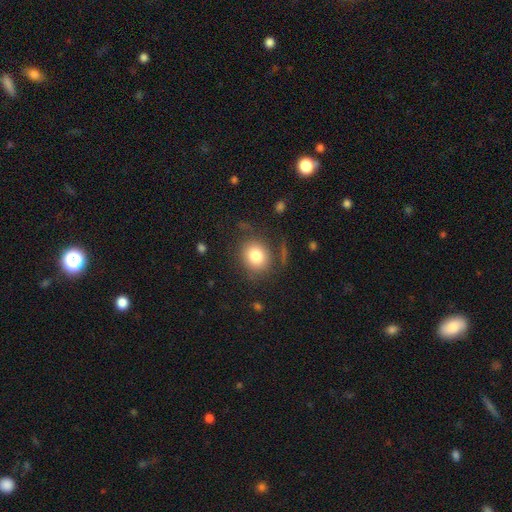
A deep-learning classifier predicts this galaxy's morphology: A smooth galaxy with no disk features (79%) that is round (73%). Merging: none (78%).